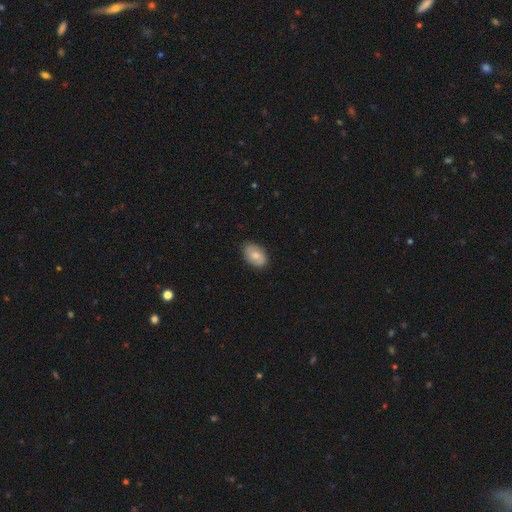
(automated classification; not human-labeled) Smooth or featured: smooth — 67% (featured or disk — 27%)
How rounded: in between — 86% (round — 12%)
Merging: none — 84% (minor disturbance — 12%)